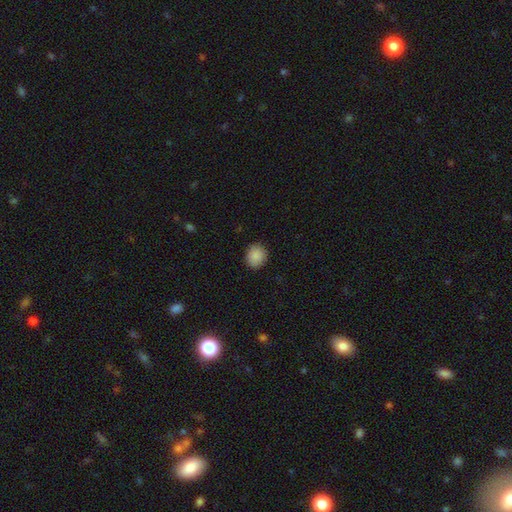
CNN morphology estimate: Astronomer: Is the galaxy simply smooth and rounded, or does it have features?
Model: smooth — 89%.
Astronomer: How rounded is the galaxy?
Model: round — 72%.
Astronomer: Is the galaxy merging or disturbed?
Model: none — 88%.